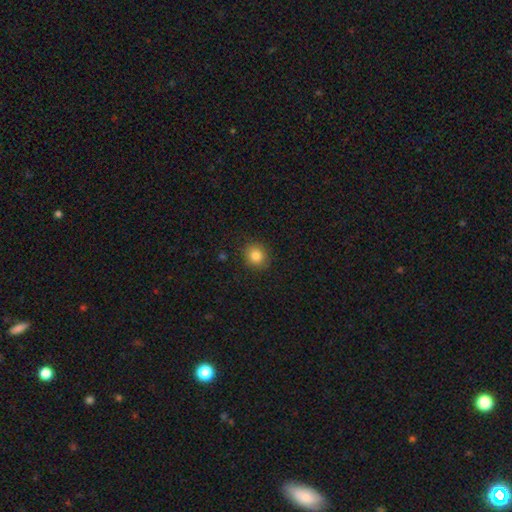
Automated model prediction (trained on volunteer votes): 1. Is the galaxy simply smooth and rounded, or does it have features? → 84% smooth, 11% star or artifact, 5% featured or disk.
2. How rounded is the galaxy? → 80% round, 19% in between, 1% cigar-shaped.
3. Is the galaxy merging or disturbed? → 88% none, 8% minor disturbance, 2% major disturbance, 1% merger.